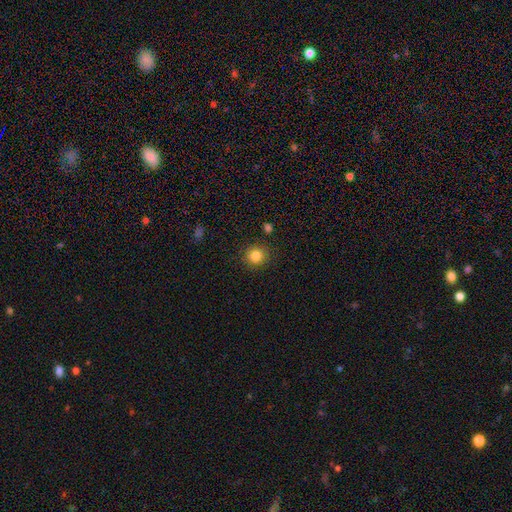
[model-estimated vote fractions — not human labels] Smooth or featured? smooth (84%)
How rounded? round (91%)
Merging? none (89%)